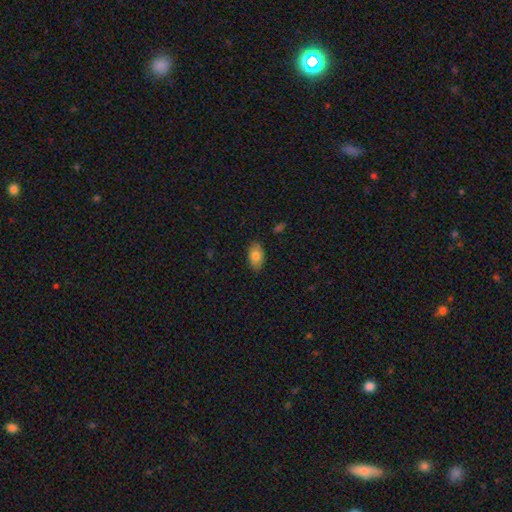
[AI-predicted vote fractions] Q: Smooth or featured?
A: smooth (79%); runner-up: featured or disk (14%)
Q: How rounded?
A: in between (90%); runner-up: round (8%)
Q: Merging?
A: none (83%); runner-up: minor disturbance (14%)